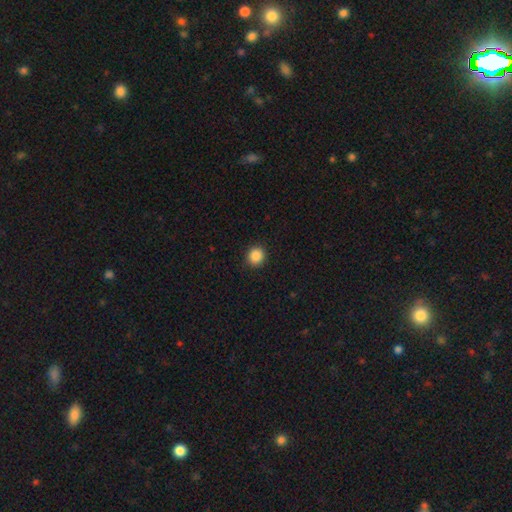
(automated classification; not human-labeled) This is clearly a smooth galaxy (87%). How rounded: clearly round (90%). Merging: clearly none (92%).